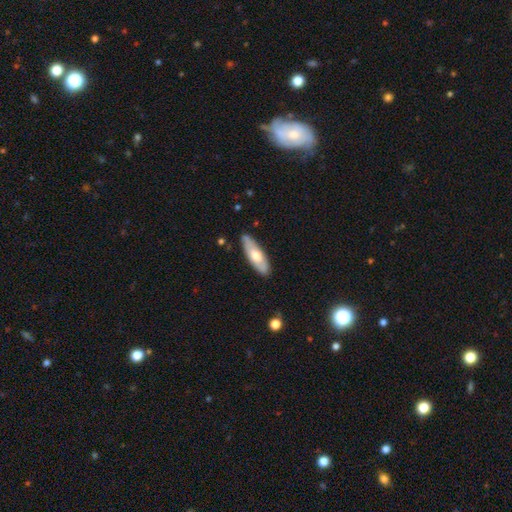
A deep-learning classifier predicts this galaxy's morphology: Overall: smooth (55%; featured or disk 40%). How rounded: in between (55%; cigar-shaped 43%). Merging: none (83%).